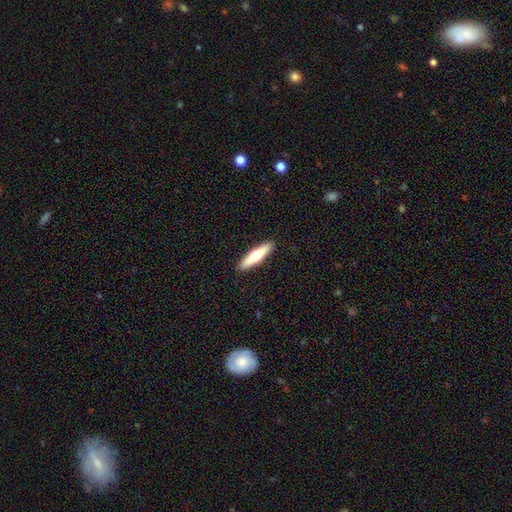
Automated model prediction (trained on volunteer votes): The model was most divided on "smooth or featured": smooth: 59%, featured or disk: 36%, star or artifact: 5%. More confident: merging — none (92%); how rounded — cigar-shaped (82%).